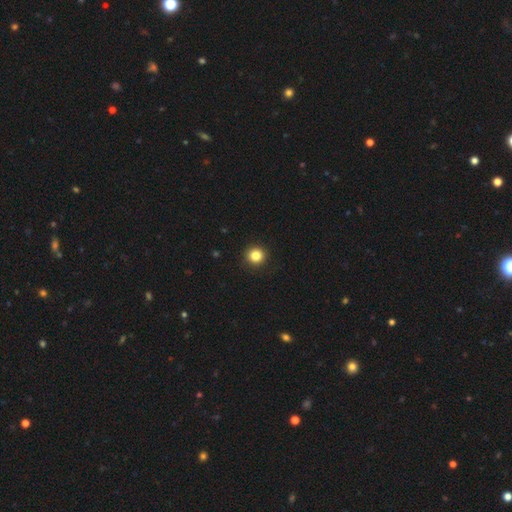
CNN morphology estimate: The model was most divided on "smooth or featured": smooth: 84%, star or artifact: 11%, featured or disk: 5%. More confident: how rounded — round (94%); merging — none (93%).